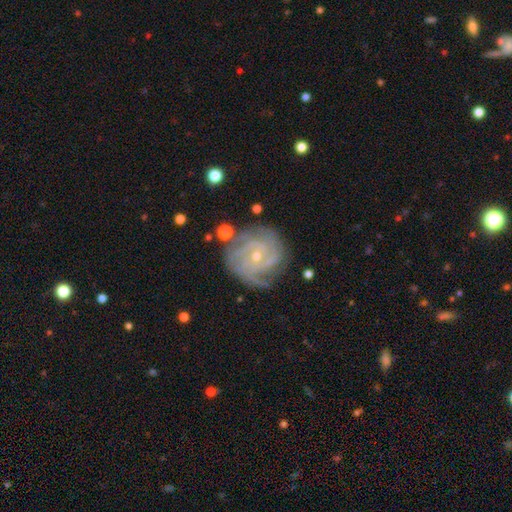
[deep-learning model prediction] Smooth or featured? Predicted: featured or disk (p=0.88). Edge-on disk? Predicted: no (p=0.98). Bar? Predicted: no (p=0.65). Spiral arms? Predicted: yes (p=0.97). Spiral winding? Predicted: tight (p=0.70). Spiral arm count? Predicted: 3 (p=0.28). Bulge size? Predicted: small (p=0.74). Merging? Predicted: none (p=0.74).